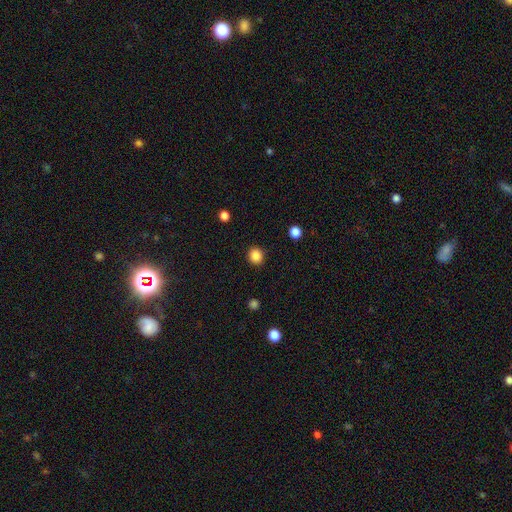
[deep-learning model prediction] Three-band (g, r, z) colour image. It shows a smooth galaxy with no disk features (86%) that is round (84%). Merging: none (91%).